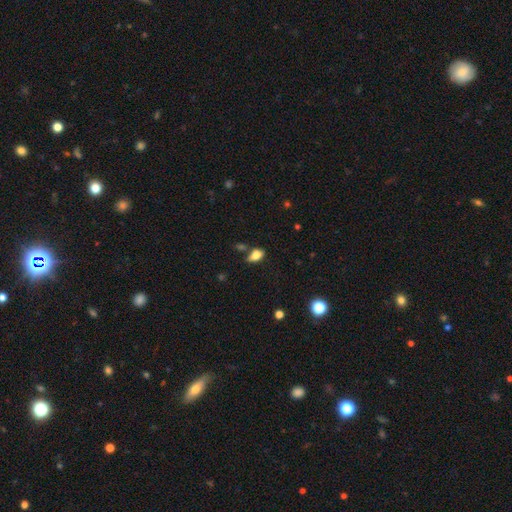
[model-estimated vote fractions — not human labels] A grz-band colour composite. It shows a smooth galaxy with no disk features (79%) that is in between round and cigar-shaped (86%). Merging: none (54%).